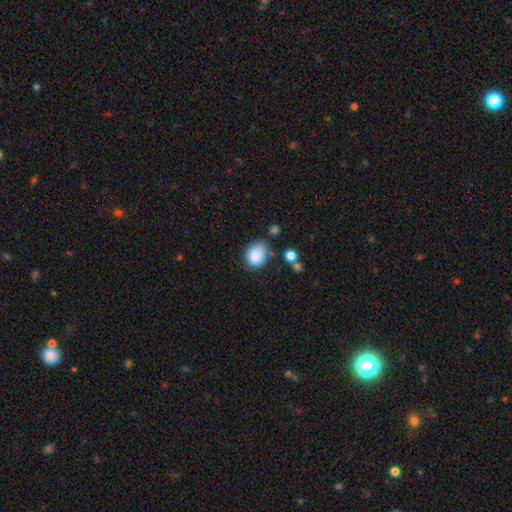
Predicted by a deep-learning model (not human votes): smooth_or_featured: smooth (p=0.84) [alt: star or artifact p=0.09]
how_rounded: in between (p=0.55) [alt: round p=0.44]
merging: none (p=0.63) [alt: minor disturbance p=0.25]